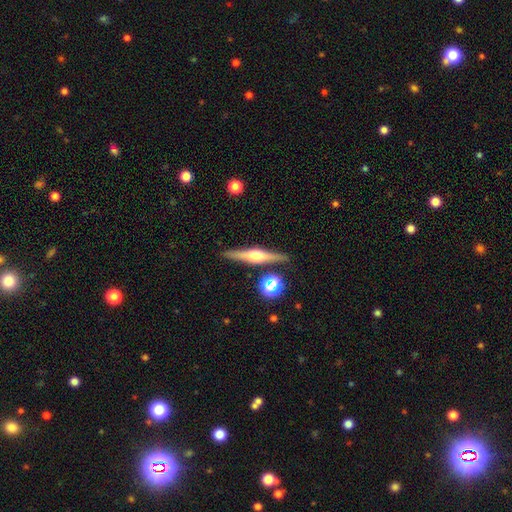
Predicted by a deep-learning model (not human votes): Q: Smooth or featured?
A: featured or disk (73%); runner-up: smooth (20%)
Q: Edge-on disk?
A: yes (97%); runner-up: no (3%)
Q: Edge-on bulge?
A: rounded (88%); runner-up: boxy (9%)
Q: Merging?
A: none (88%); runner-up: minor disturbance (7%)